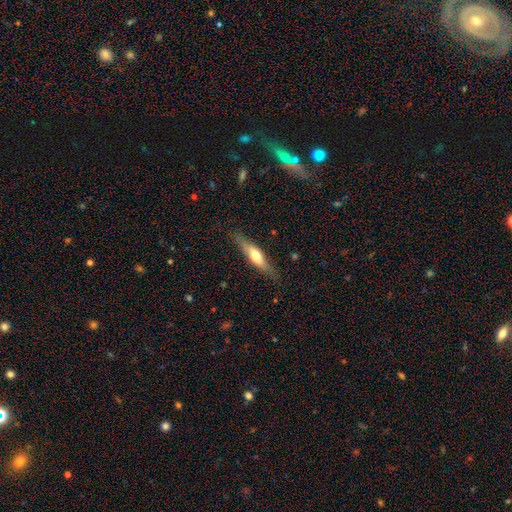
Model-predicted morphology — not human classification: smooth 49%, featured or disk 46%, star or artifact 6%. Down the decision tree: merging — none (81%).